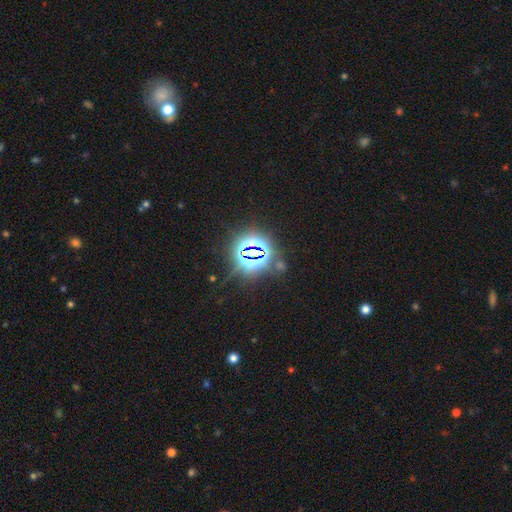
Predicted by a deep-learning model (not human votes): star or artifact 81%, smooth 12%, featured or disk 7%.